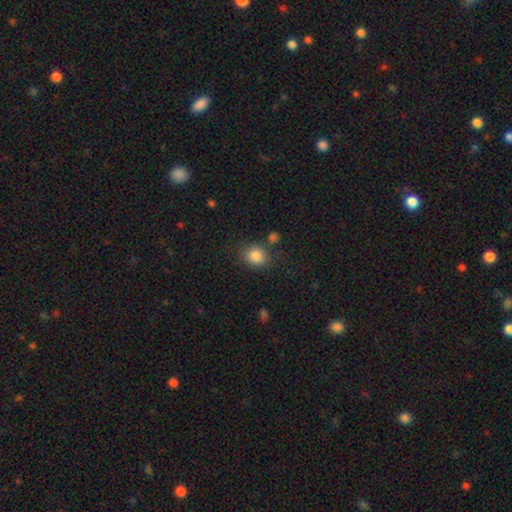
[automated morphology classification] smooth 85%, star or artifact 10%, featured or disk 6%. Down the decision tree: how rounded — round (68%); merging — none (74%).